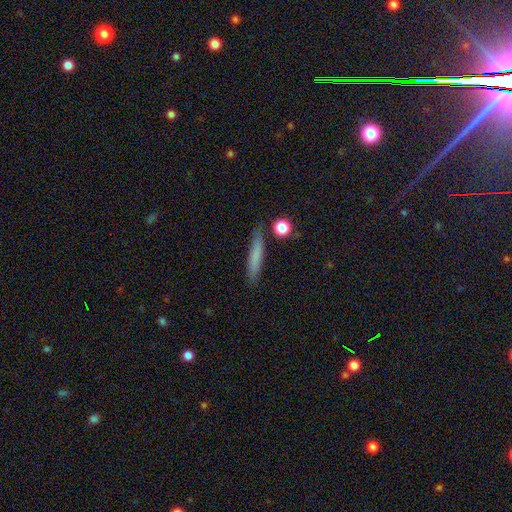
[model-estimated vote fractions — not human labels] A smooth galaxy with no disk features (73%) that is cigar-shaped (89%). Merging: none (82%).